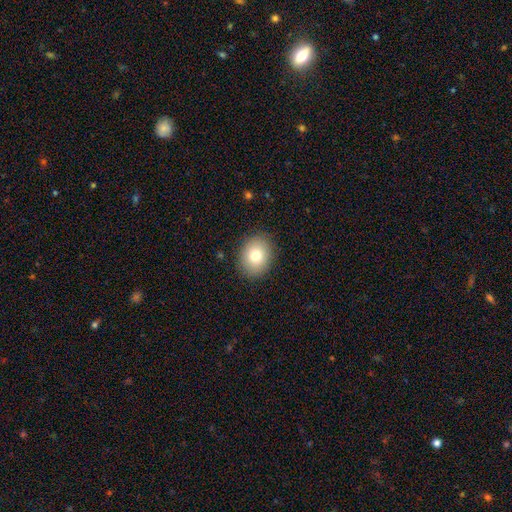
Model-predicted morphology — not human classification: smooth-or-featured: smooth: 79% | featured or disk: 11% | star or artifact: 10%
  how-rounded: round: 50% | in between: 49% | cigar-shaped: 1%
  merging: none: 88% | minor disturbance: 8% | major disturbance: 2% | merger: 1%